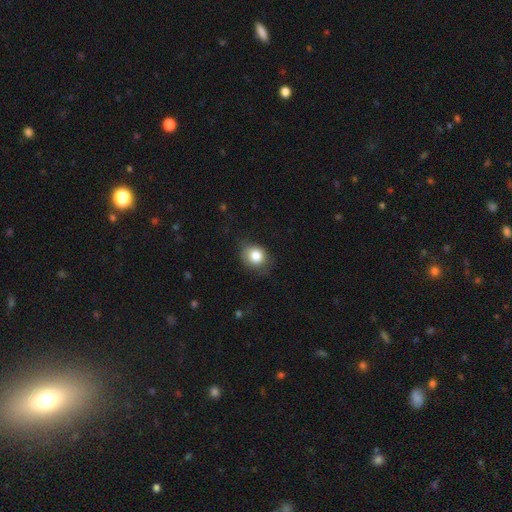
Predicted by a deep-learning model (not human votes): Smooth or featured? smooth (82%)
How rounded? round (60%)
Merging? none (69%)